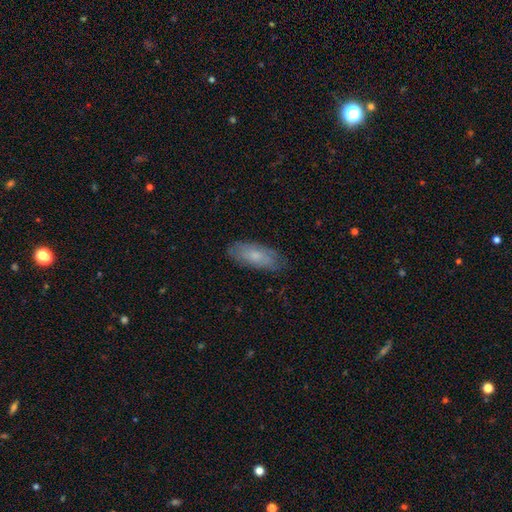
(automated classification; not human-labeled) This appears to be a smooth galaxy with no disk features (61%) that is in between round and cigar-shaped (79%). Merging: none (77%).